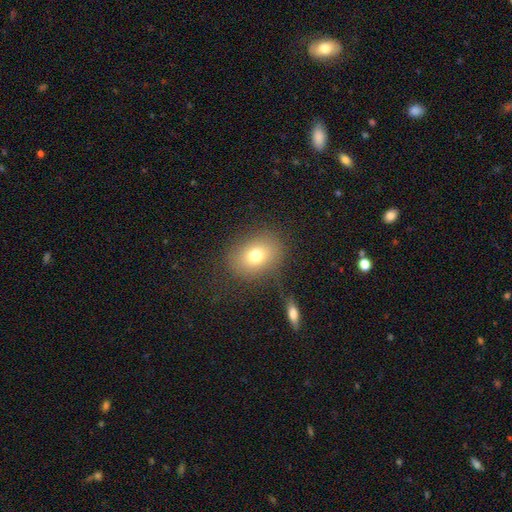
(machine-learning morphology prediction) The model was most divided on "how rounded": round: 50%, in between: 49%, cigar-shaped: 1%. More confident: merging — none (76%); smooth or featured — smooth (73%).